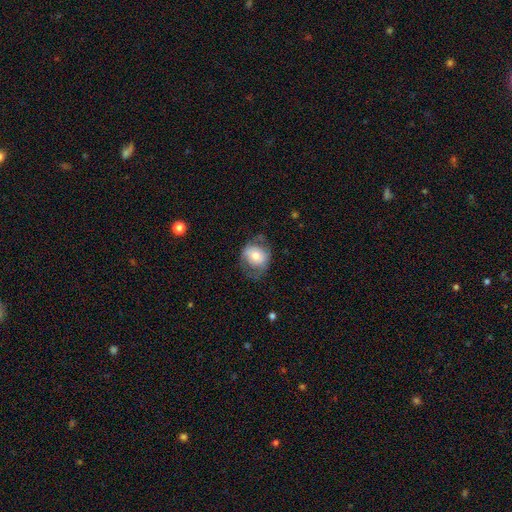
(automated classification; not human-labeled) Smooth or featured: smooth — 59% (featured or disk — 33%)
How rounded: round — 55% (in between — 44%)
Merging: none — 54% (minor disturbance — 26%)